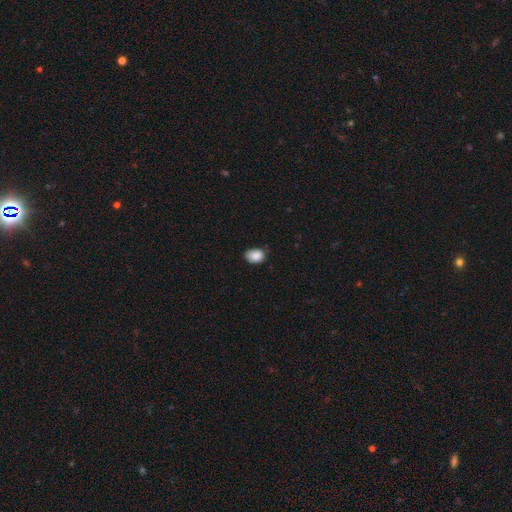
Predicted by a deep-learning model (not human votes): The model was most divided on "merging": none: 72%, minor disturbance: 24%, major disturbance: 3%, merger: 1%. More confident: smooth or featured — smooth (88%); how rounded — in between (77%).